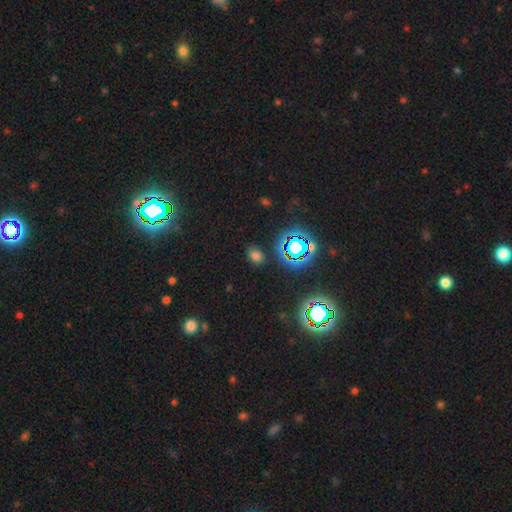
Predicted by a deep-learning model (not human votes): Smooth or featured? smooth (60%)
How rounded? in between (59%)
Merging? none (80%)